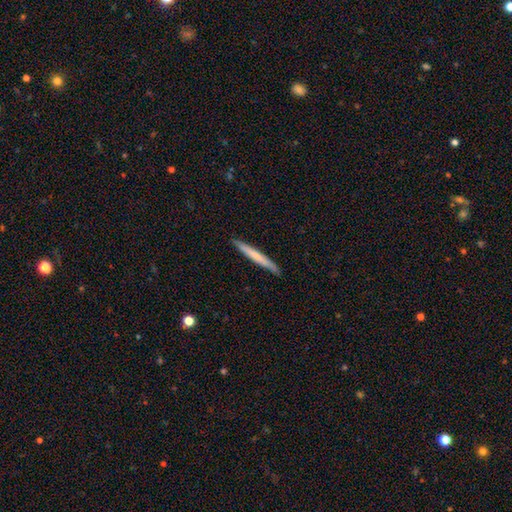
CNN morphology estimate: Smooth or featured? smooth (63%)
How rounded? cigar-shaped (97%)
Merging? none (90%)